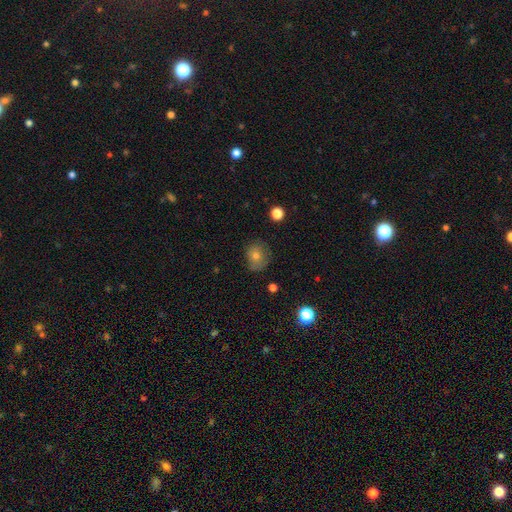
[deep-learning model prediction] This appears to be a smooth galaxy with no disk features (67%) that is round (67%). Merging: none (71%).